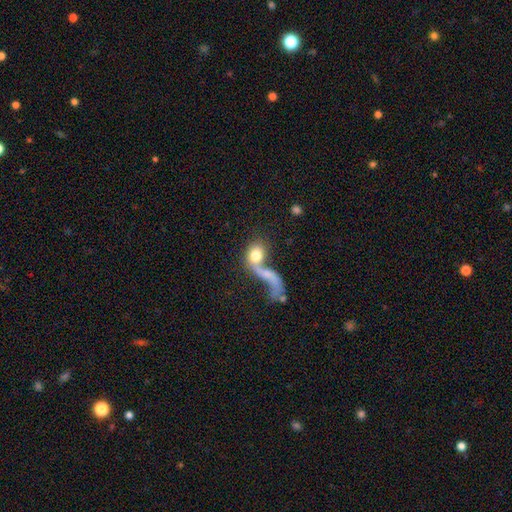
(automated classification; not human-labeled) Smooth or featured? Predicted: smooth (p=0.66). How rounded? Predicted: round (p=0.51). Merging? Predicted: merger (p=0.53).